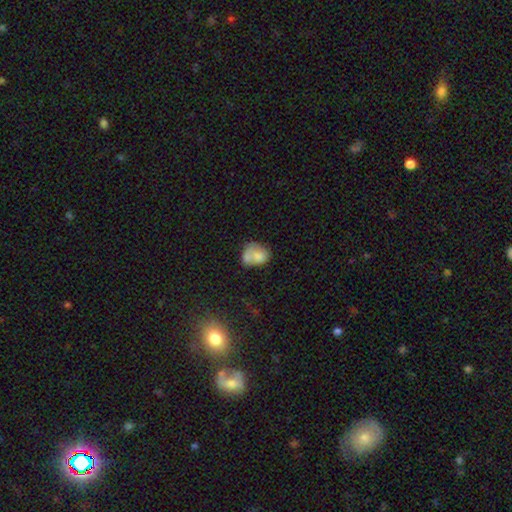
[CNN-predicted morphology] type=smooth (69%); roundness=in between (56%); merging=merger (36%).